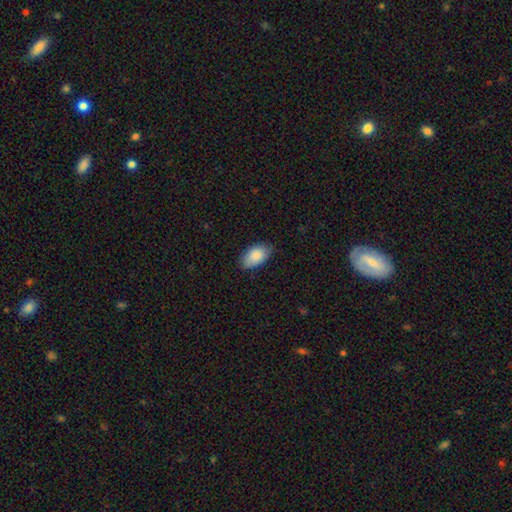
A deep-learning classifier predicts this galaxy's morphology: This is clearly a smooth galaxy (87%). How rounded: clearly in between (94%). Merging: likely none (78%).